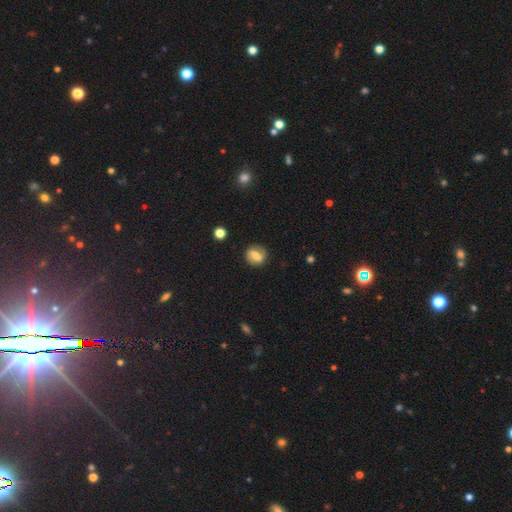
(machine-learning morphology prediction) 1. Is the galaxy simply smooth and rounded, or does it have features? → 47% smooth, 44% featured or disk, 9% star or artifact.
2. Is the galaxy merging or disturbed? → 80% none, 14% minor disturbance, 4% major disturbance, 2% merger.